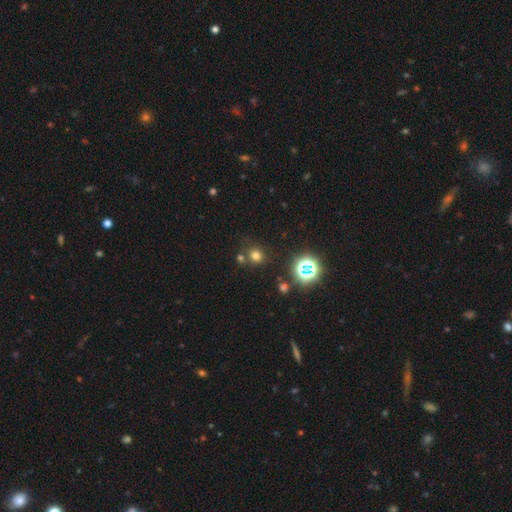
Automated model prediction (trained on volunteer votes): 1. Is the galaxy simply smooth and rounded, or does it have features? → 67% smooth, 26% star or artifact, 7% featured or disk.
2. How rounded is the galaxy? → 85% round, 14% in between, 1% cigar-shaped.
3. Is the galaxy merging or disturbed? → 73% none, 14% merger, 10% minor disturbance, 4% major disturbance.